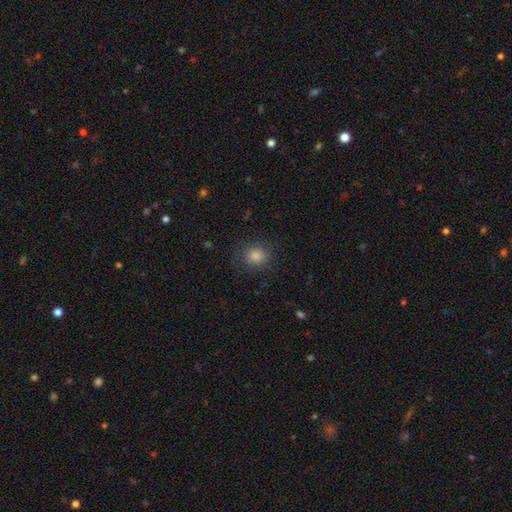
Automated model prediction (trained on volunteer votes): Overall: smooth (80%). How rounded: round (83%). Merging: none (84%).